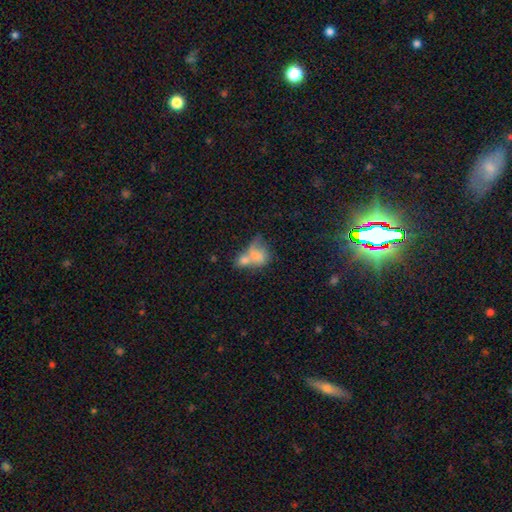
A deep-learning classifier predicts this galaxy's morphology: Smooth or featured: smooth — 65% (featured or disk — 25%)
How rounded: in between — 70% (round — 28%)
Merging: merger — 67% (none — 13%)